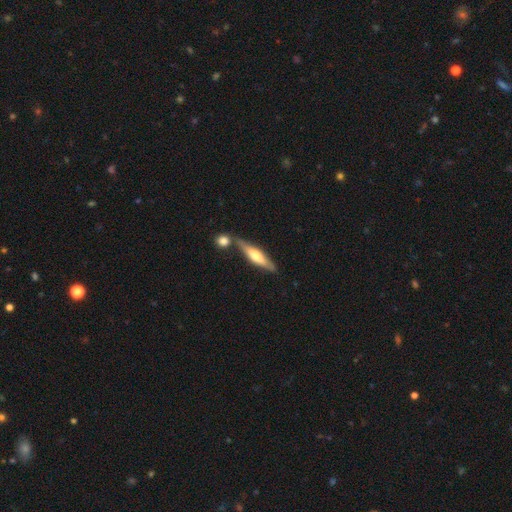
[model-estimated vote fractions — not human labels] Morphology: type=featured or disk (54%); edge-on=yes (93%); merging=none (67%).